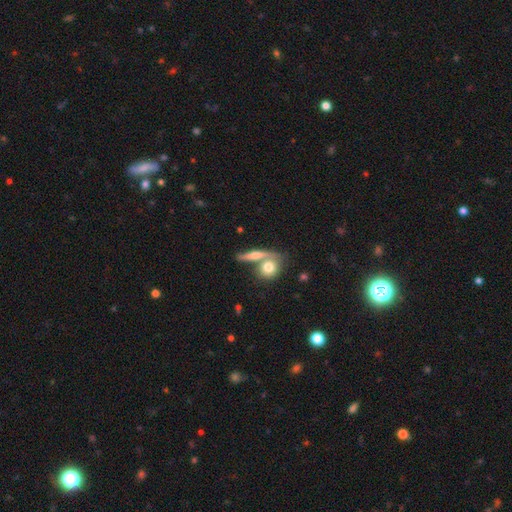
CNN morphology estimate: A smooth galaxy with no disk features (48%). Merging: none (54%).